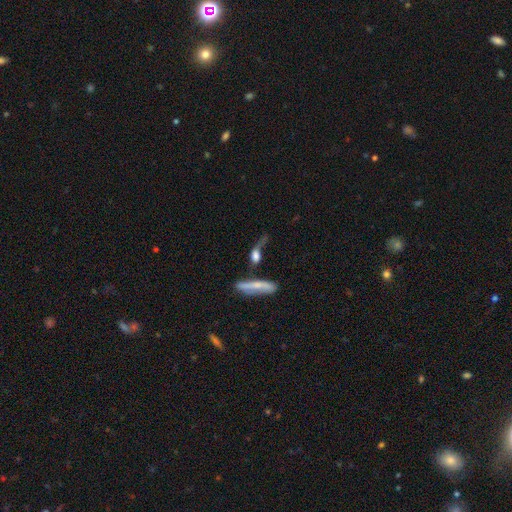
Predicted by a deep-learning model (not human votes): The model was most divided on "merging": none: 31%, major disturbance: 28%, merger: 23%, minor disturbance: 18%. Remaining: smooth or featured — smooth (48%).